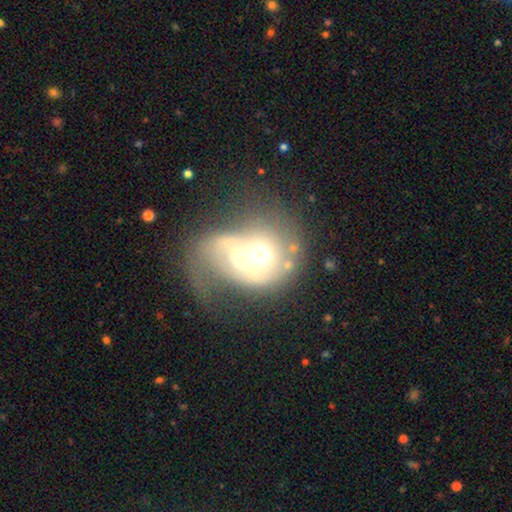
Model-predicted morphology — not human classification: Smooth or featured? Predicted: featured or disk (p=0.57). Edge-on disk? Predicted: no (p=0.96). Bar? Predicted: no (p=0.74). Spiral arms? Predicted: no (p=0.54). Bulge size? Predicted: moderate (p=0.64). Merging? Predicted: merger (p=0.64).